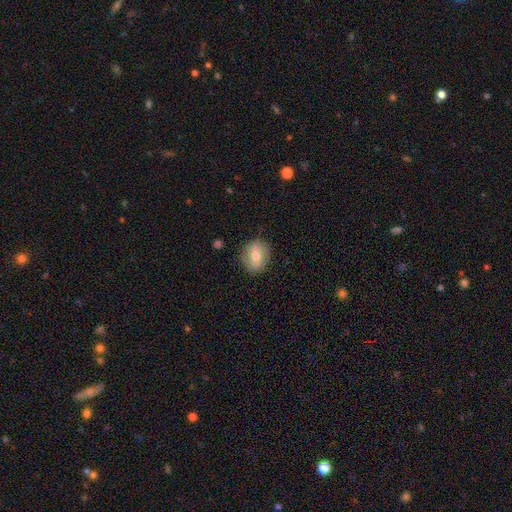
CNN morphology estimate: A smooth galaxy with no disk features (71%) that is round (65%).

Vote fractions:
- Smooth or featured? smooth: 71% / featured or disk: 21% / star or artifact: 8%
- How rounded? round: 65% / in between: 34% / cigar-shaped: 1%
- Merging? none: 85% / minor disturbance: 11% / major disturbance: 3% / merger: 1%